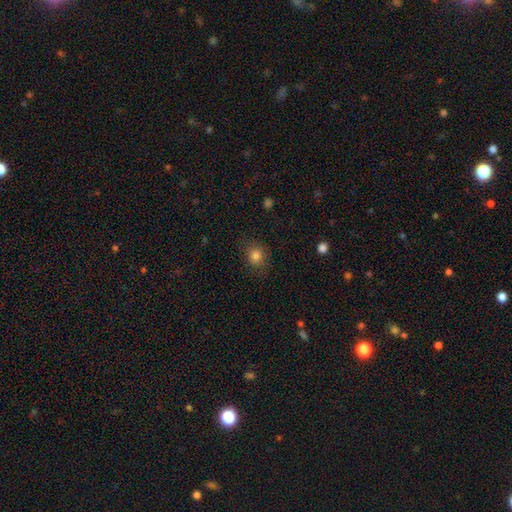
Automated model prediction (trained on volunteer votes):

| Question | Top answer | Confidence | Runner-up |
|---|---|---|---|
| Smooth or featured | smooth | 82% | star or artifact (12%) |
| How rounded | round | 77% | in between (22%) |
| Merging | none | 82% | minor disturbance (12%) |